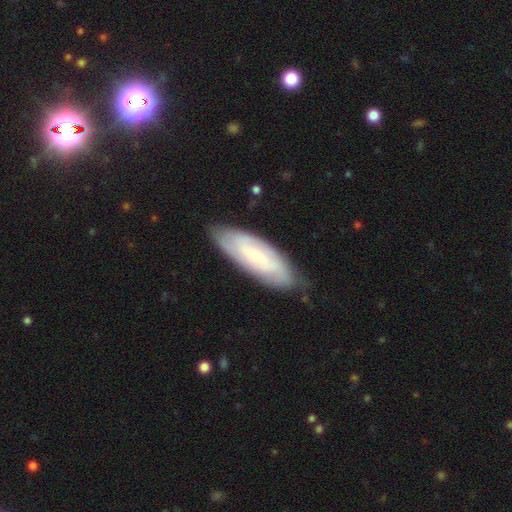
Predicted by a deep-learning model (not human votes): Smooth or featured?
  - featured or disk: 57% *
  - smooth: 37%
  - star or artifact: 6%
Edge-on disk?
  - no: 84% *
  - yes: 16%
Merging?
  - none: 79% *
  - minor disturbance: 16%
  - major disturbance: 3%
  - merger: 1%